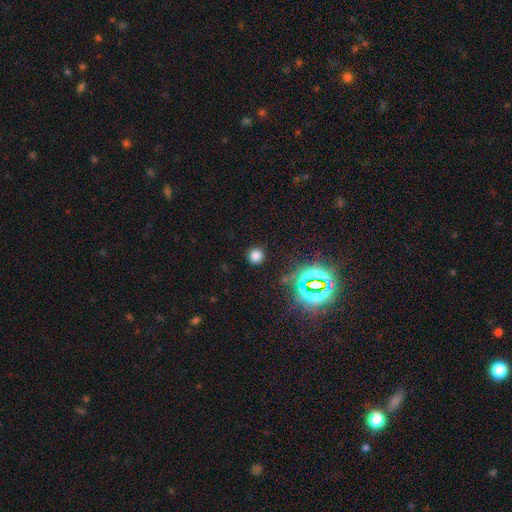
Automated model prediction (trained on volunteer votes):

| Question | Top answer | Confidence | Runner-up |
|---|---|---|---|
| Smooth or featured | smooth | 72% | star or artifact (23%) |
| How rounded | round | 91% | in between (8%) |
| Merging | none | 88% | minor disturbance (7%) |